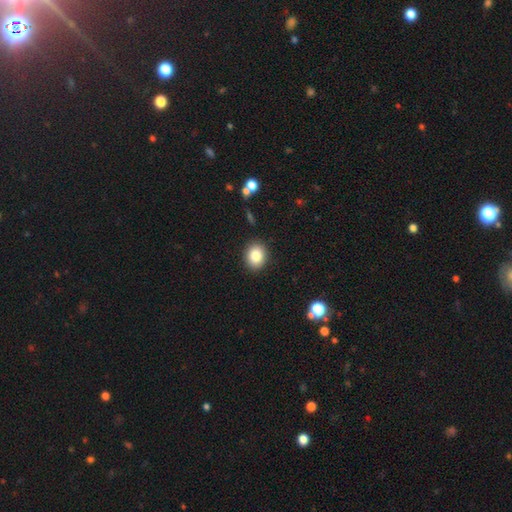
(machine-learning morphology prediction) A smooth galaxy with no disk features (84%) that is round (56%).

Vote fractions:
- Smooth or featured? smooth: 84% / star or artifact: 9% / featured or disk: 7%
- How rounded? round: 56% / in between: 43% / cigar-shaped: 1%
- Merging? none: 89% / minor disturbance: 7% / major disturbance: 2% / merger: 1%